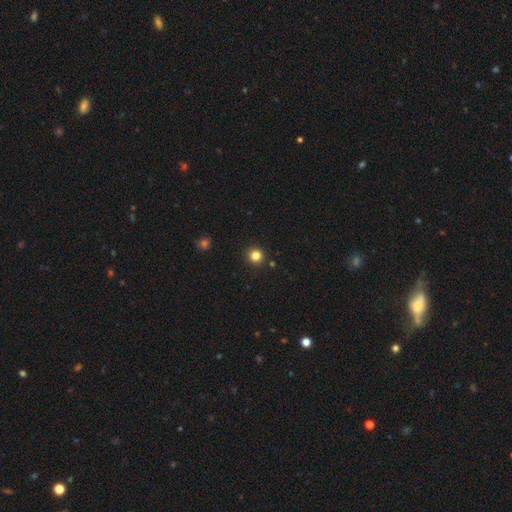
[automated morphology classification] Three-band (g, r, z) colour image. It shows a smooth galaxy with no disk features (82%) that is round (94%). Merging: none (92%).